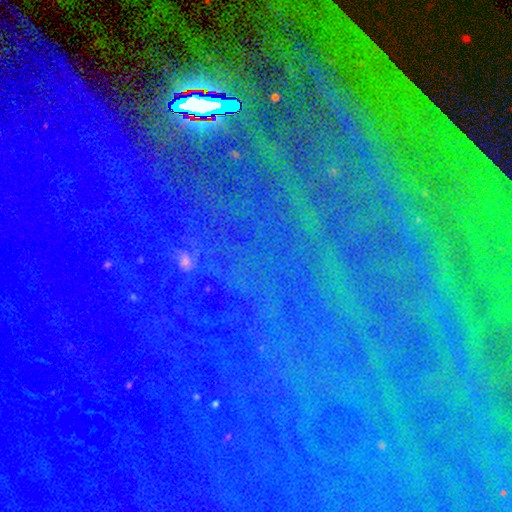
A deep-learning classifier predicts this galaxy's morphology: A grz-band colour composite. It shows a star or artifact, not a galaxy (80%).